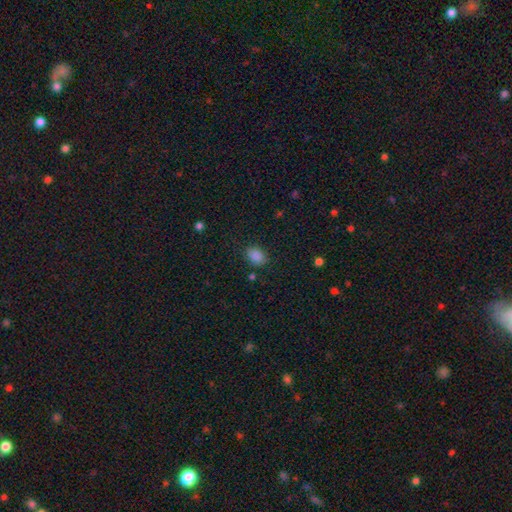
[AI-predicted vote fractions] Q: Smooth or featured?
A: smooth (85%); runner-up: star or artifact (11%)
Q: How rounded?
A: in between (73%); runner-up: round (26%)
Q: Merging?
A: none (81%); runner-up: minor disturbance (14%)